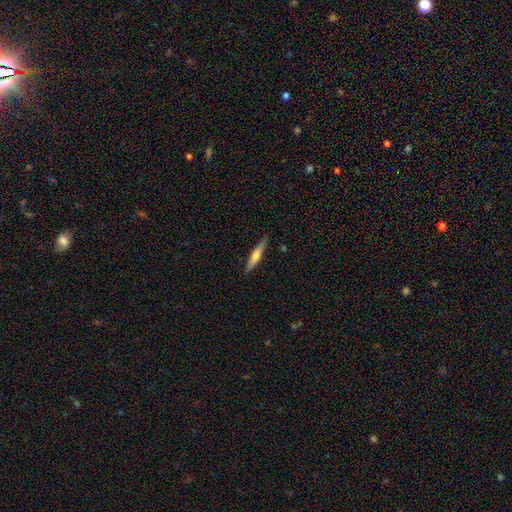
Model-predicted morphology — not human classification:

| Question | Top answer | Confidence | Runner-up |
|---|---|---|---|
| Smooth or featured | featured or disk | 50% | smooth (45%) |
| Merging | none | 89% | minor disturbance (8%) |